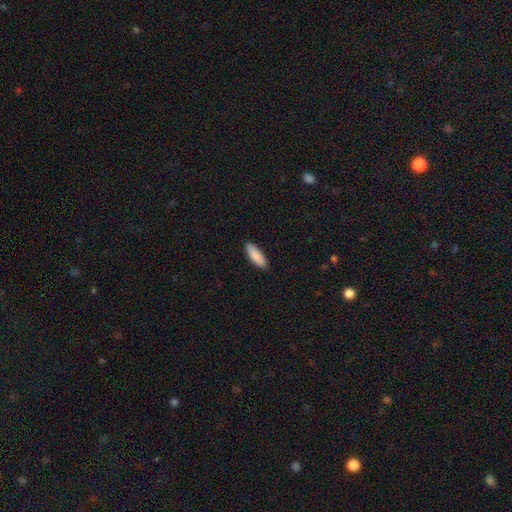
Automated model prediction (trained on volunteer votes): smooth-or-featured: smooth: 89% | star or artifact: 5% | featured or disk: 5%
  how-rounded: in between: 65% | cigar-shaped: 33% | round: 2%
  merging: none: 89% | minor disturbance: 9% | major disturbance: 2% | merger: 1%